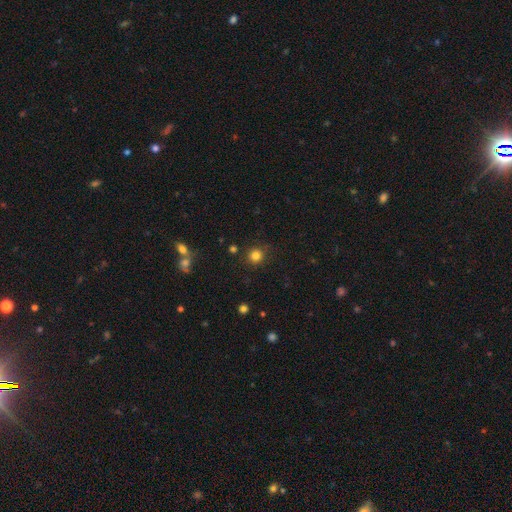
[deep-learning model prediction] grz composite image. It shows a smooth galaxy with no disk features (81%) that is round (93%). Merging: none (87%).